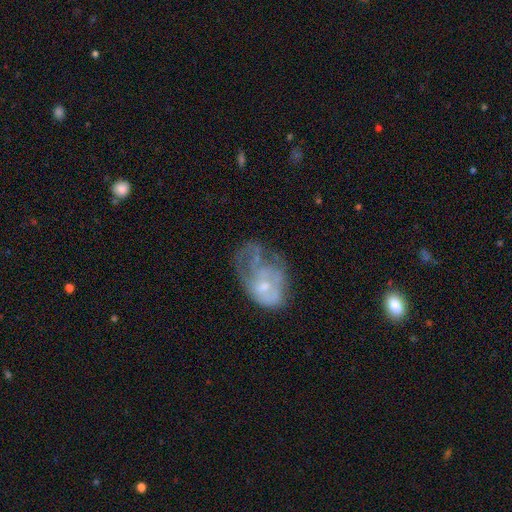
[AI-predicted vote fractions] Smooth or featured? featured or disk (58%)
Edge-on disk? no (96%)
Bar? no (83%)
Spiral arms? no (62%)
Bulge size? small (54%)
Merging? major disturbance (38%)